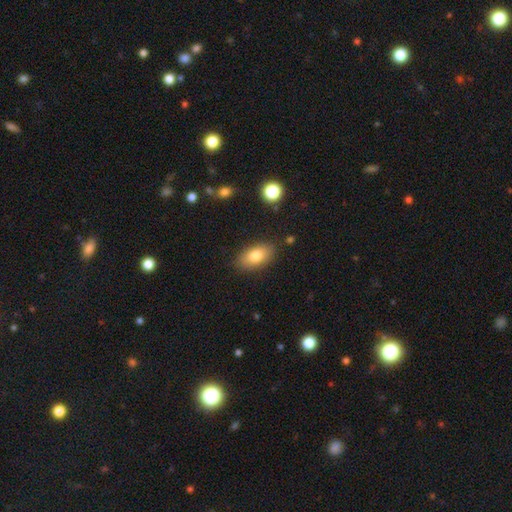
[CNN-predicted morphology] Q: Smooth or featured?
A: smooth (80%); runner-up: featured or disk (12%)
Q: How rounded?
A: in between (92%); runner-up: round (5%)
Q: Merging?
A: none (85%); runner-up: minor disturbance (11%)